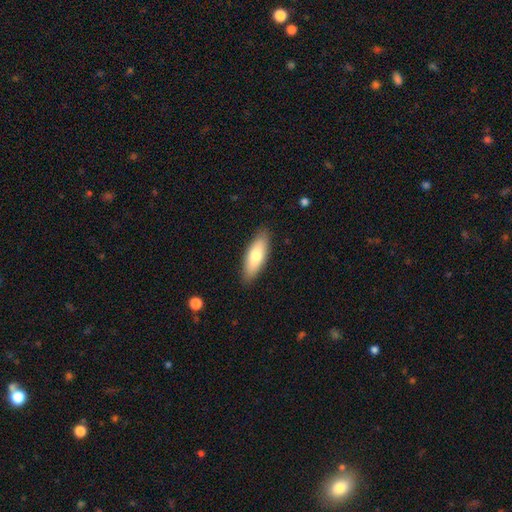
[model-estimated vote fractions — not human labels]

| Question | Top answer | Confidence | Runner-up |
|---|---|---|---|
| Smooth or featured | smooth | 72% | featured or disk (22%) |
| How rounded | in between | 66% | cigar-shaped (32%) |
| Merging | none | 87% | minor disturbance (10%) |